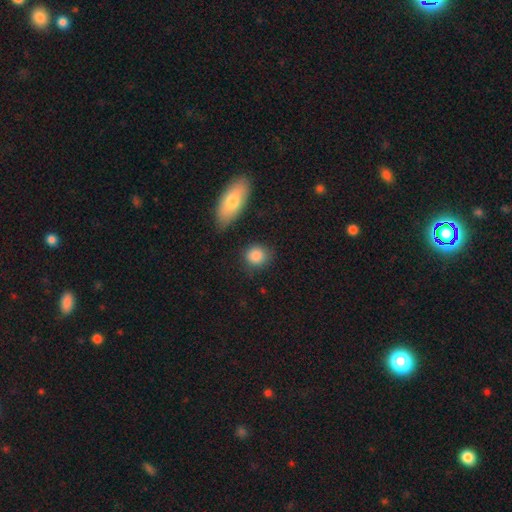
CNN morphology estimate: smooth-or-featured: smooth: 87% | star or artifact: 8% | featured or disk: 5%
  how-rounded: round: 80% | in between: 18% | cigar-shaped: 2%
  merging: none: 77% | minor disturbance: 14% | merger: 5% | major disturbance: 5%